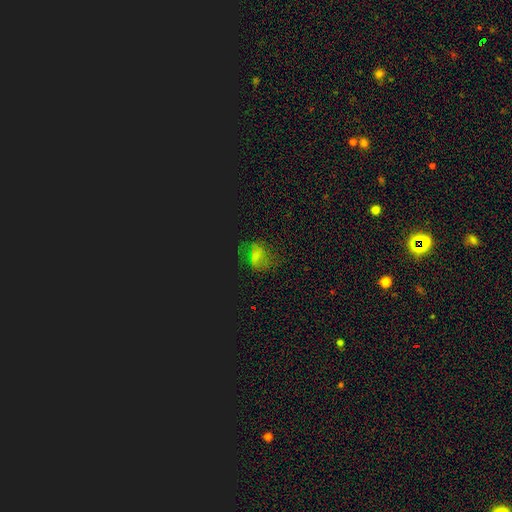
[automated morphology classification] Smooth or featured: star or artifact — 41% (smooth — 37%)